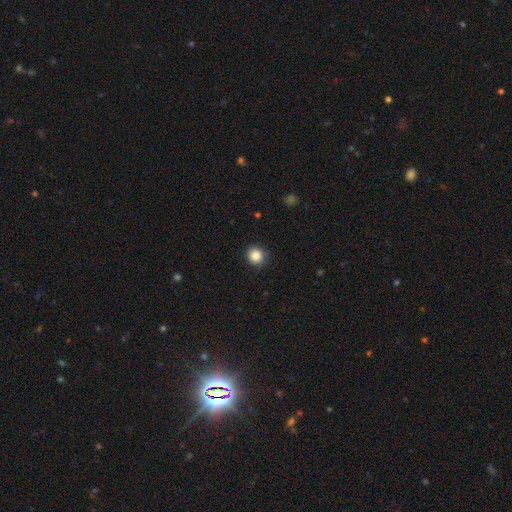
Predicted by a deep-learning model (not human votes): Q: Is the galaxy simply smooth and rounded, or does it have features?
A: smooth — 86%.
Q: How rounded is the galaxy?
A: round — 89%.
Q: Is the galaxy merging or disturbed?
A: none — 90%.